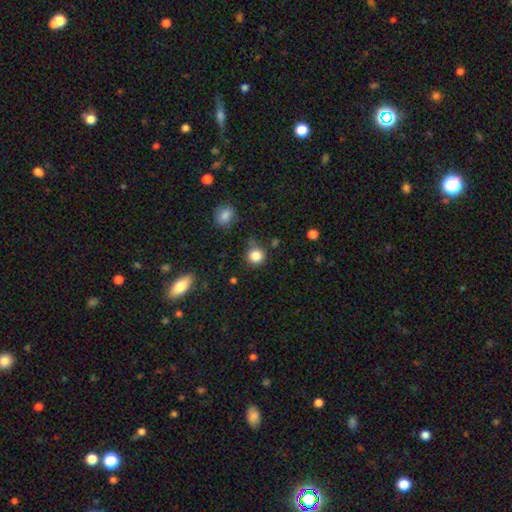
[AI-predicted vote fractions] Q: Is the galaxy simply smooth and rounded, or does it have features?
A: smooth — 84%.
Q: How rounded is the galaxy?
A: round — 90%.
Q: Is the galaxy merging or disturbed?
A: none — 77%.